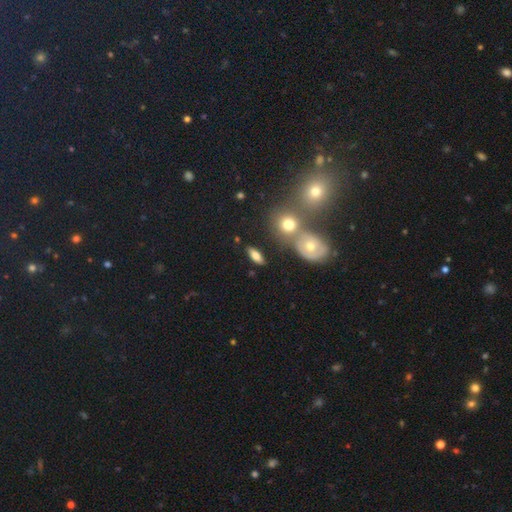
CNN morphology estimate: Q: Smooth or featured?
A: smooth (66%); runner-up: featured or disk (25%)
Q: How rounded?
A: in between (70%); runner-up: cigar-shaped (22%)
Q: Merging?
A: none (75%); runner-up: minor disturbance (12%)